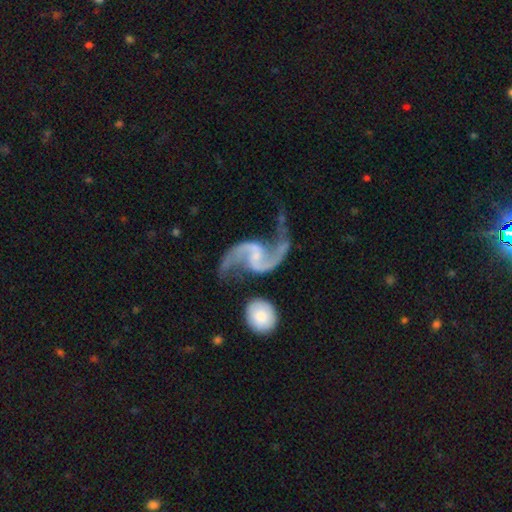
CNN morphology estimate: smooth-or-featured: featured or disk: 93% | star or artifact: 4% | smooth: 3%
  disk-edge-on: no: 98% | yes: 2%
    bar: weak: 46% | no: 38% | strong: 16%
    has-spiral-arms: yes: 98% | no: 2%
      spiral-winding: loose: 77% | medium: 19% | tight: 4%
      spiral-arm-count: 2: 94% | 1: 1% | can't tell: 1% | 3: 1% | 4: 1% | more than 4: 1%
    bulge-size: small: 62% | none: 19% | moderate: 16% | large: 2% | dominant: 1%
  merging: none: 59% | minor disturbance: 17% | major disturbance: 14% | merger: 9%